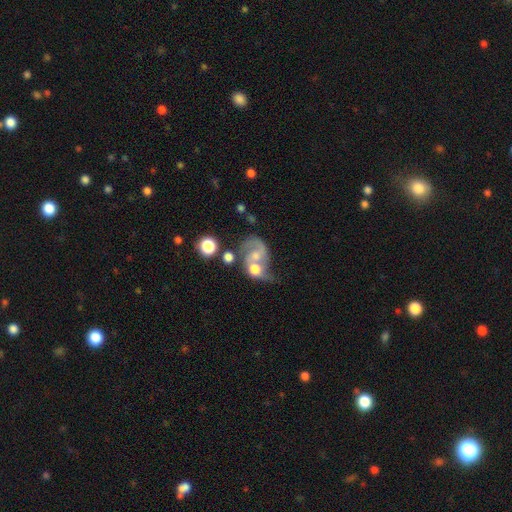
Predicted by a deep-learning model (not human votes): Smooth or featured?
  - featured or disk: 67% *
  - smooth: 22%
  - star or artifact: 10%
Edge-on disk?
  - no: 97% *
  - yes: 3%
Bar?
  - no: 62% *
  - weak: 30%
  - strong: 7%
Spiral arms?
  - yes: 81% *
  - no: 19%
Spiral winding?
  - loose: 52% *
  - medium: 36%
  - tight: 12%
Spiral arm count?
  - 2: 60% *
  - 1: 28%
  - can't tell: 8%
  - 3: 2%
  - 4: 1%
  - more than 4: 1%
Bulge size?
  - moderate: 51% *
  - small: 28%
  - large: 10%
  - none: 9%
  - dominant: 2%
Merging?
  - merger: 50% *
  - none: 20%
  - major disturbance: 19%
  - minor disturbance: 11%